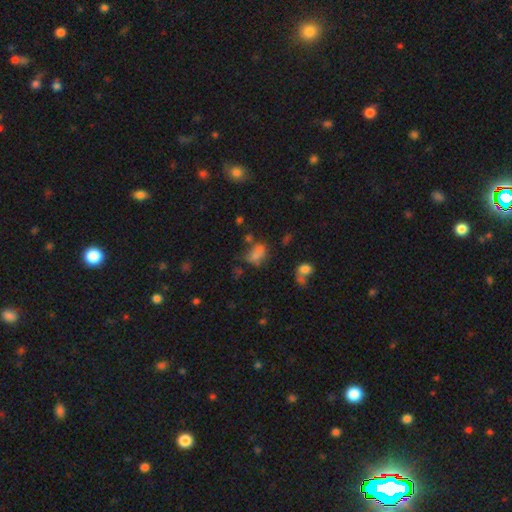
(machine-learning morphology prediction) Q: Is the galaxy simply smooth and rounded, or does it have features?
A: smooth — 64%.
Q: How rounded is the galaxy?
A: in between — 77%.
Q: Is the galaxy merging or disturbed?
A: none — 38%.